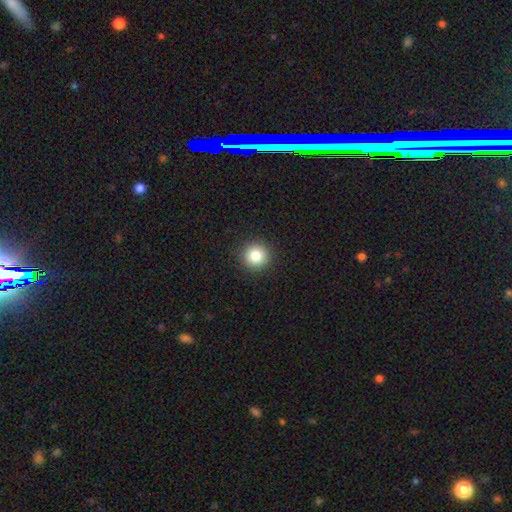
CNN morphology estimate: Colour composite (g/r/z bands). It shows a smooth galaxy with no disk features (83%) that is round (95%). Merging: none (93%).